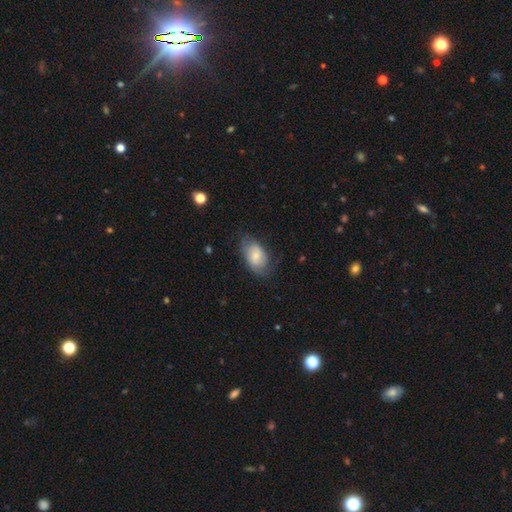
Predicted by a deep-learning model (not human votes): The model was most divided on "merging": none: 65%, minor disturbance: 25%, major disturbance: 8%, merger: 1%. More confident: how rounded — in between (90%); smooth or featured — smooth (70%).